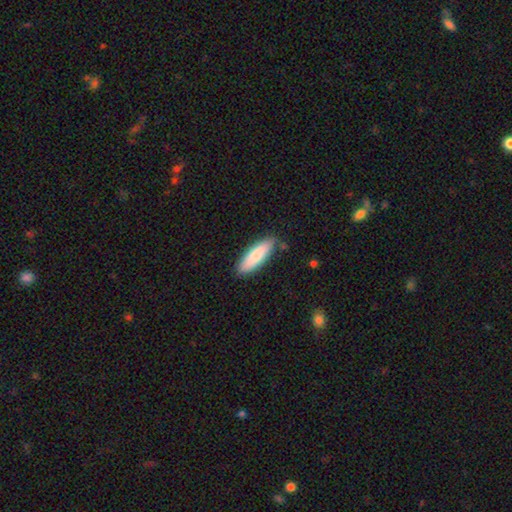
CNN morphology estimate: smooth_or_featured: smooth (p=0.82) [alt: featured or disk p=0.13]
how_rounded: cigar-shaped (p=0.51) [alt: in between p=0.47]
merging: none (p=0.82) [alt: minor disturbance p=0.13]